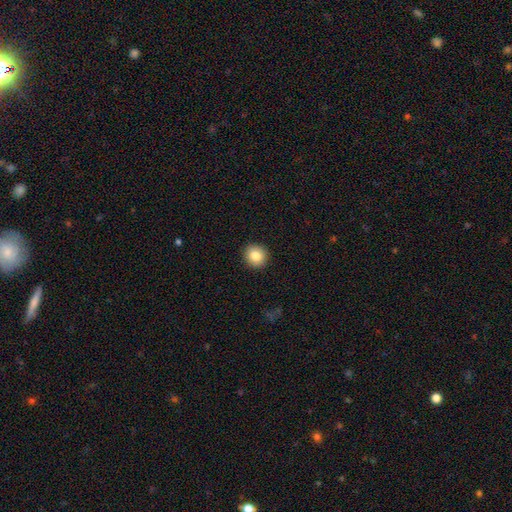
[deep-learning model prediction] Smooth or featured? Predicted: smooth (p=0.85). How rounded? Predicted: round (p=0.90). Merging? Predicted: none (p=0.92).